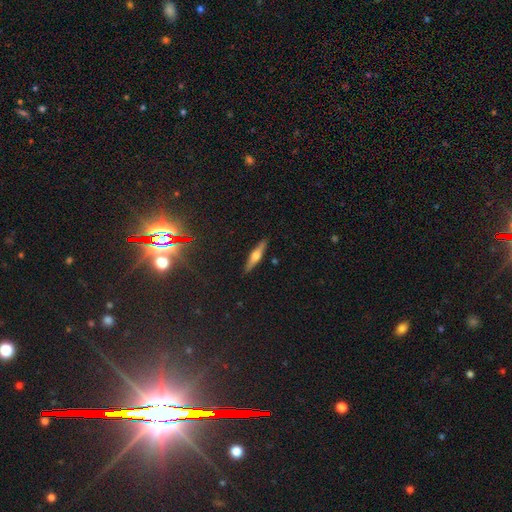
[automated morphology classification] This appears to be a featured or disk galaxy (60%) viewed edge-on (96%) with a rounded central bulge (88%). Merging: none (90%).